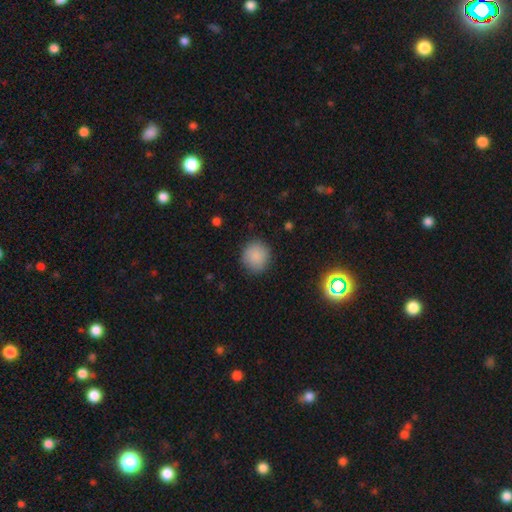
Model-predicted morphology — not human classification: type=smooth (87%); roundness=round (90%); merging=none (88%).